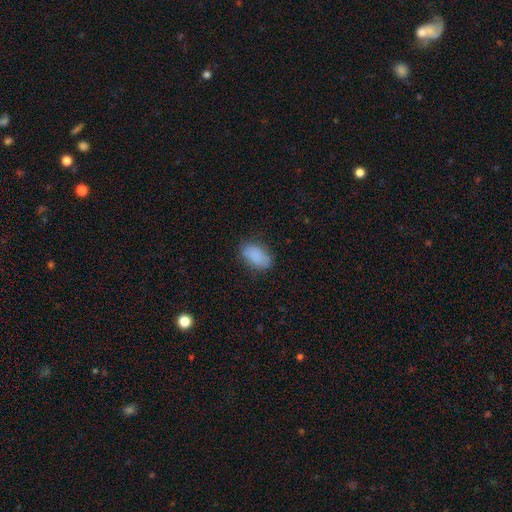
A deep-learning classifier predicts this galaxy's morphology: Smooth or featured? smooth (85%)
How rounded? in between (91%)
Merging? none (76%)